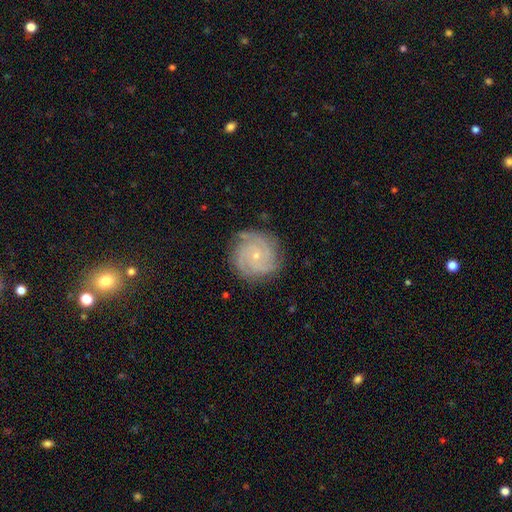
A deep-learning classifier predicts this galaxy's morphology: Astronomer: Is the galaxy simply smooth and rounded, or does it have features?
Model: featured or disk — 86%.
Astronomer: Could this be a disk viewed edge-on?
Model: no — 98%.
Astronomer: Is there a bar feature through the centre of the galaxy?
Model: no — 77%.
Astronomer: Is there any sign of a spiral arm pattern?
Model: yes — 98%.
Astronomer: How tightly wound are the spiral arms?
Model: tight — 75%.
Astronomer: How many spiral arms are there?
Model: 3 — 40% (runner-up: 4, 22%).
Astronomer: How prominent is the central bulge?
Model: small — 78%.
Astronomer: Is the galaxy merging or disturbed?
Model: none — 82%.